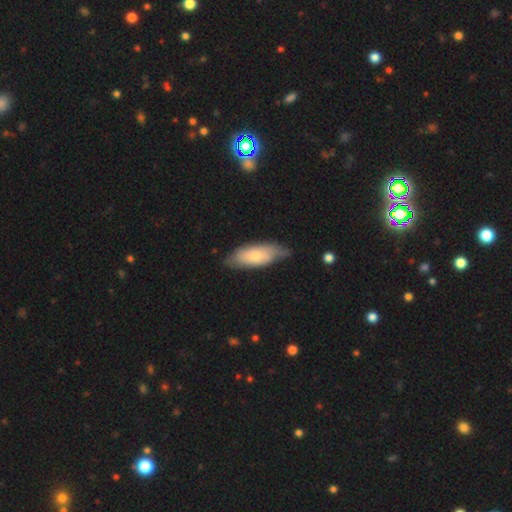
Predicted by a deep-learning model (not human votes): This appears to be a smooth galaxy with no disk features (63%) that is in between round and cigar-shaped (74%). Merging: none (65%).